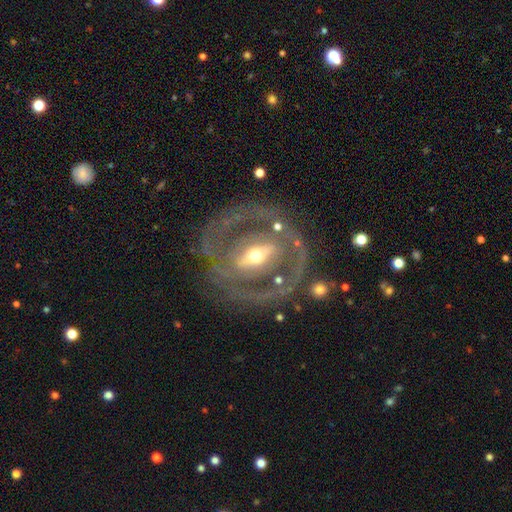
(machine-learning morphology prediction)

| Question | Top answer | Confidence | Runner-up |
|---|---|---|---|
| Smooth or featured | featured or disk | 84% | smooth (11%) |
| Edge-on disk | no | 94% | yes (6%) |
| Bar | strong | 57% | weak (26%) |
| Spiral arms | yes | 66% | no (34%) |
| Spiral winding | tight | 46% | medium (37%) |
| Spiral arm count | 2 | 64% | can't tell (19%) |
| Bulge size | moderate | 54% | small (38%) |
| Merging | none | 68% | major disturbance (15%) |